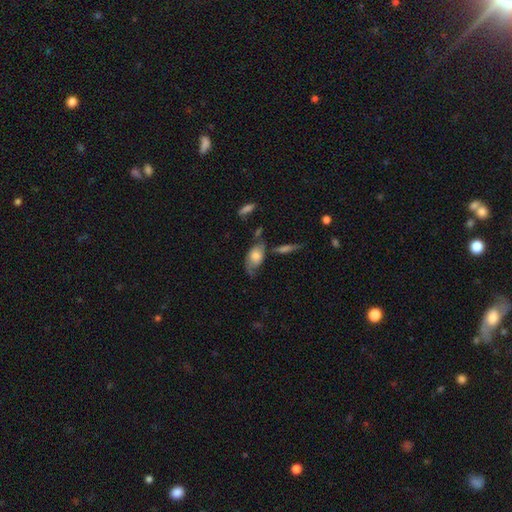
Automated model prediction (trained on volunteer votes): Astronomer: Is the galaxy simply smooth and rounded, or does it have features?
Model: smooth — 54% (runner-up: featured or disk, 39%).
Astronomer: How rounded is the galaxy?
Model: in between — 87%.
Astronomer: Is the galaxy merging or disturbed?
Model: none — 42% (runner-up: minor disturbance, 29%).